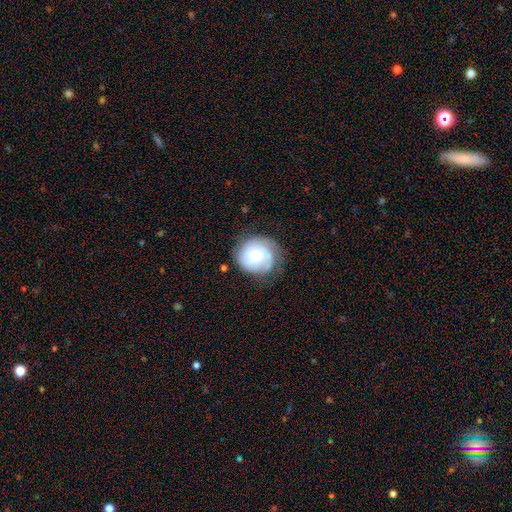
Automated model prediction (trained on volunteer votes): This appears to be a featured or disk galaxy (49%). Merging: none (67%).